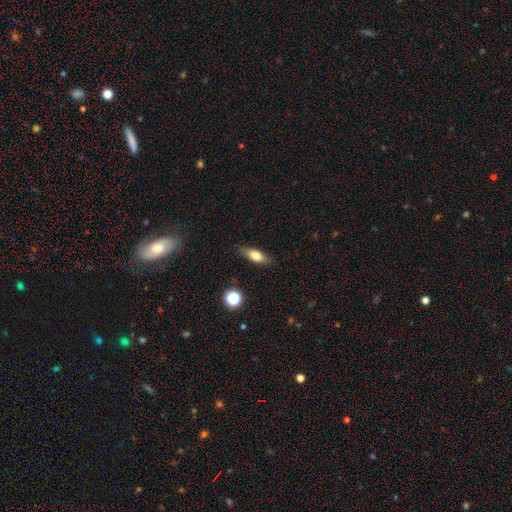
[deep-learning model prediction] smooth 72%, featured or disk 19%, star or artifact 9%. Down the decision tree: how rounded — in between (69%); merging — none (81%).